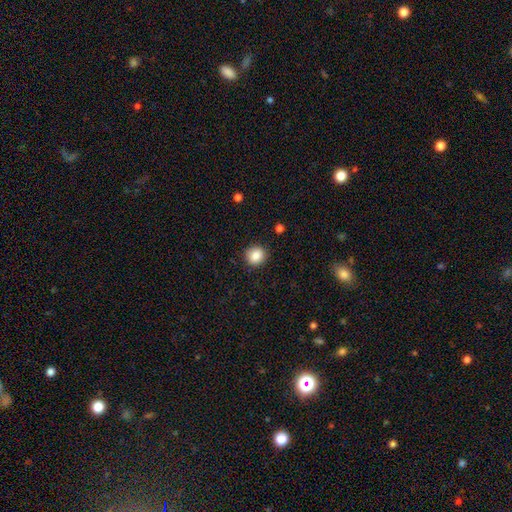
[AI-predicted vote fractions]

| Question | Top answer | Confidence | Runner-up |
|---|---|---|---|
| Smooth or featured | smooth | 87% | star or artifact (9%) |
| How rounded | round | 87% | in between (12%) |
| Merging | none | 90% | minor disturbance (7%) |